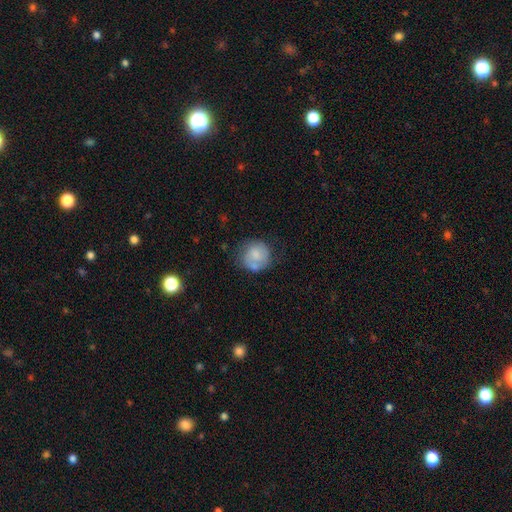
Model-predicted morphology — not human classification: Smooth or featured? Predicted: smooth (p=0.67). How rounded? Predicted: round (p=0.84). Merging? Predicted: none (p=0.55).